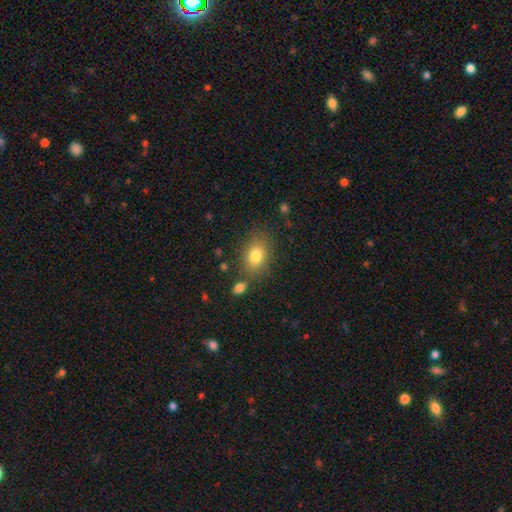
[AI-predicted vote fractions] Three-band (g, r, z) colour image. It shows a smooth galaxy with no disk features (80%) that is in between round and cigar-shaped (78%). Merging: none (74%).